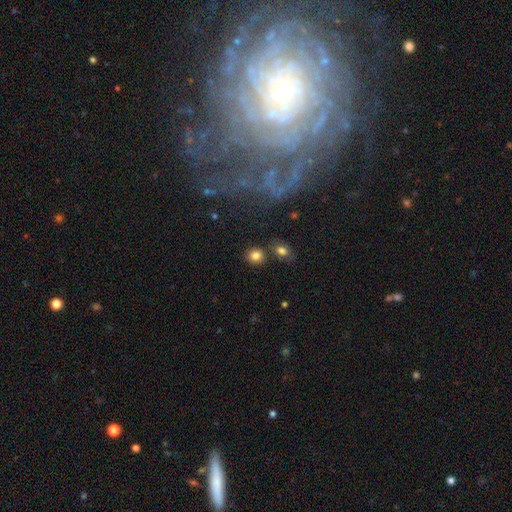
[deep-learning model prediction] This is clearly a smooth galaxy (82%). How rounded: likely round (74%). Merging: likely none (77%).